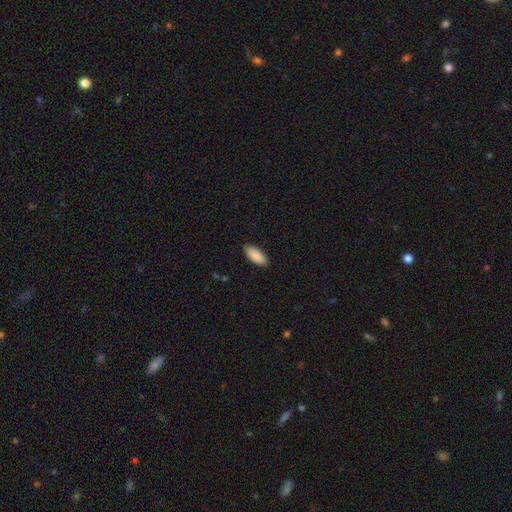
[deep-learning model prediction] smooth_or_featured: smooth (p=0.90) [alt: star or artifact p=0.06]
how_rounded: in between (p=0.86) [alt: cigar-shaped p=0.12]
merging: none (p=0.88) [alt: minor disturbance p=0.09]